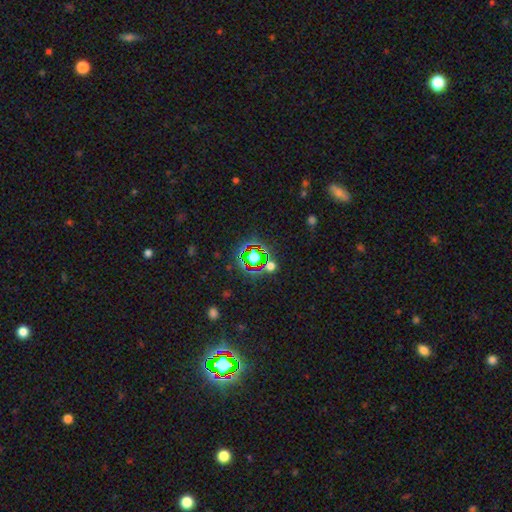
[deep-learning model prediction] This appears to be a star or artifact, not a galaxy (70%).